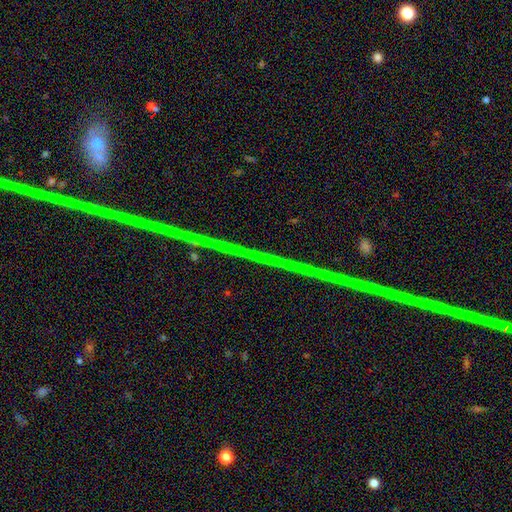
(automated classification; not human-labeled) Morphology: type=star or artifact (77%).